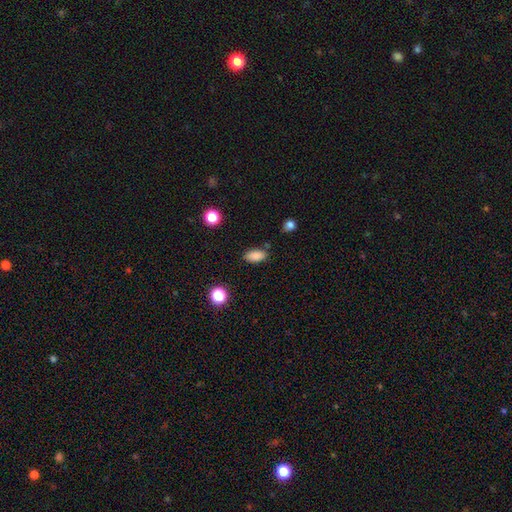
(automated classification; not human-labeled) smooth_or_featured: smooth (p=0.85) [alt: star or artifact p=0.10]
how_rounded: in between (p=0.90) [alt: round p=0.06]
merging: none (p=0.82) [alt: minor disturbance p=0.12]